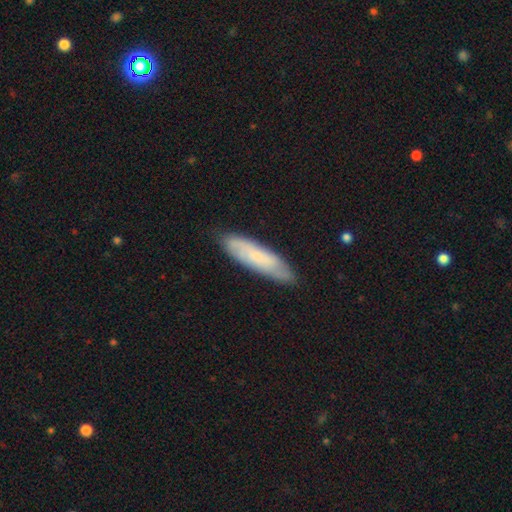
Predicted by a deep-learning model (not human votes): This appears to be a smooth galaxy with no disk features (58%) that is cigar-shaped (68%). Merging: none (83%).